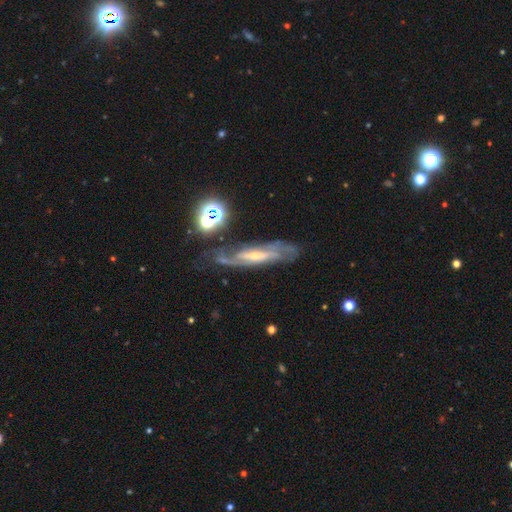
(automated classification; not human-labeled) Overall: featured or disk (78%). Edge-on disk: no (70%; yes 30%). Bar: weak (37%; no 36%). Spiral arms: yes (91%). Bulge size: small (67%; moderate 27%). Merging: none (63%).